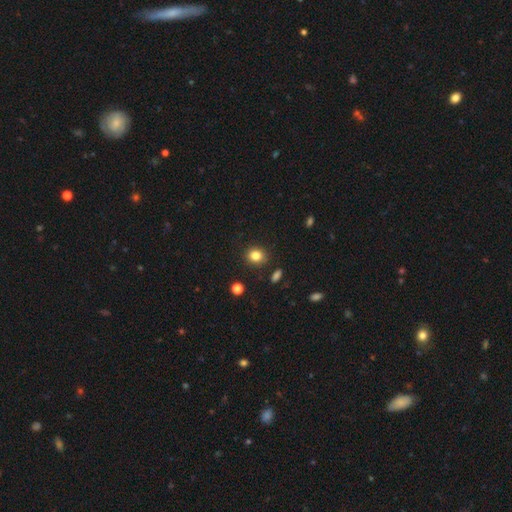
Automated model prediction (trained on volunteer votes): This appears to be a smooth galaxy with no disk features (83%) that is round (73%). Merging: none (88%).